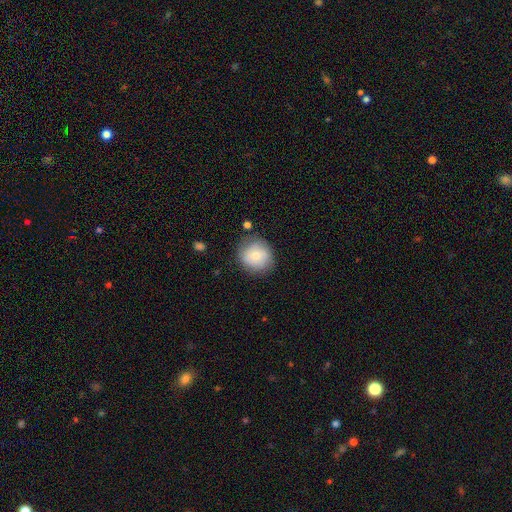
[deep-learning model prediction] Smooth or featured? smooth (69%)
How rounded? round (88%)
Merging? none (77%)